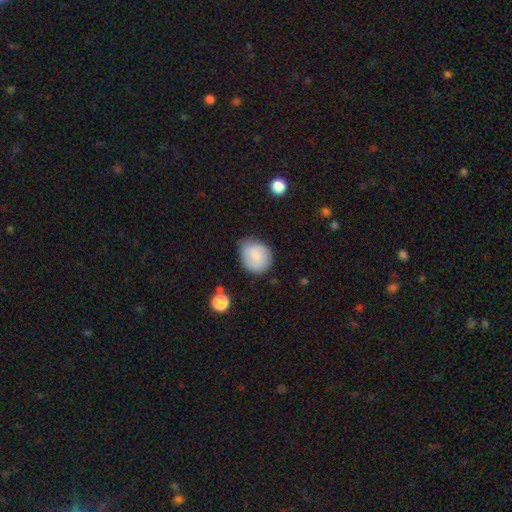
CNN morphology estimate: Overall: smooth (75%). How rounded: round (66%; in between 33%). Merging: none (65%; minor disturbance 26%).